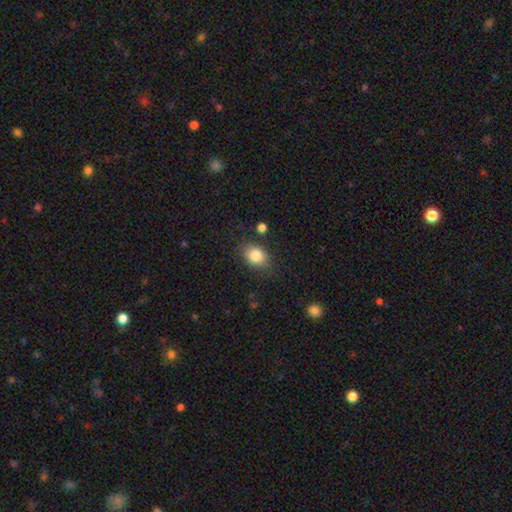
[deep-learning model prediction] Smooth or featured: smooth — 84% (star or artifact — 9%)
How rounded: in between — 60% (round — 39%)
Merging: none — 78% (minor disturbance — 14%)